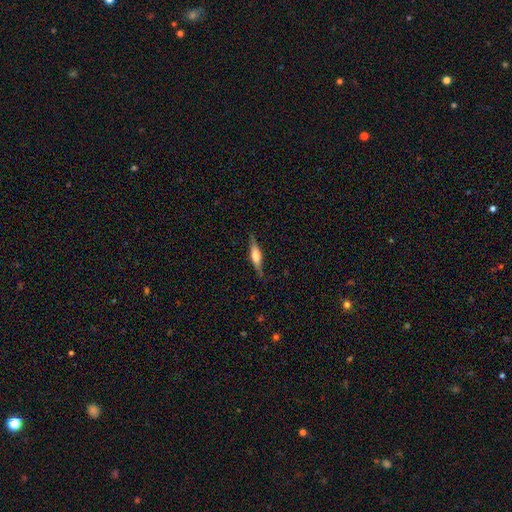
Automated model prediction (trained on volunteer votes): The model was most divided on "smooth or featured": featured or disk: 57%, smooth: 36%, star or artifact: 7%. More confident: edge-on disk — yes (95%); merging — none (81%); edge-on bulge — rounded (72%).